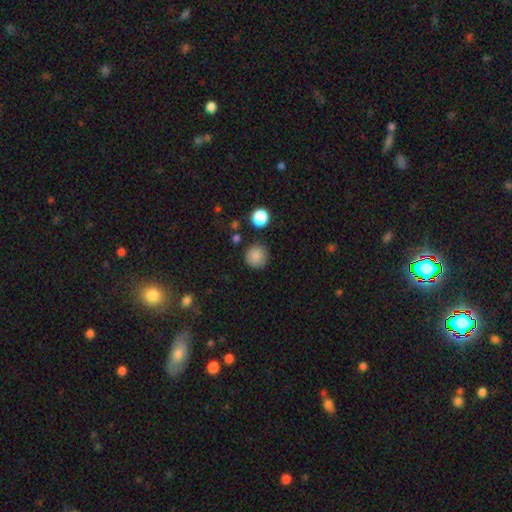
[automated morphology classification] Smooth or featured? smooth (86%)
How rounded? round (93%)
Merging? none (85%)